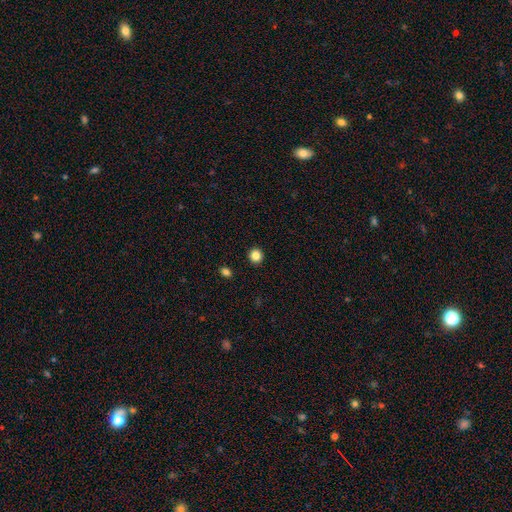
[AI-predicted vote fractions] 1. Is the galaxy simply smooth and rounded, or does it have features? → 85% smooth, 11% star or artifact, 4% featured or disk.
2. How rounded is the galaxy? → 91% round, 8% in between, 1% cigar-shaped.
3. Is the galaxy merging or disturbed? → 93% none, 4% minor disturbance, 1% major disturbance, 1% merger.